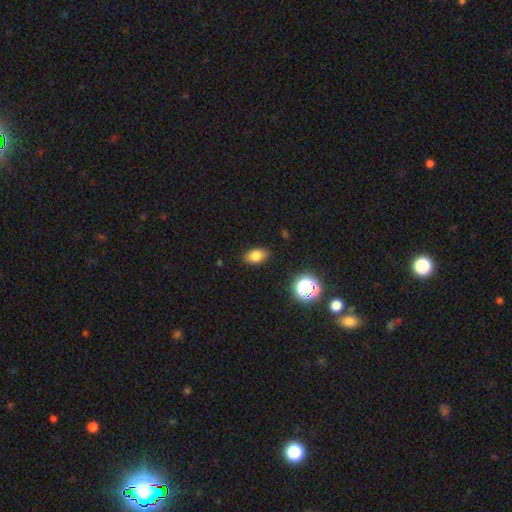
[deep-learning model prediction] Morphology: type=smooth (80%); roundness=in between (85%); merging=none (85%).